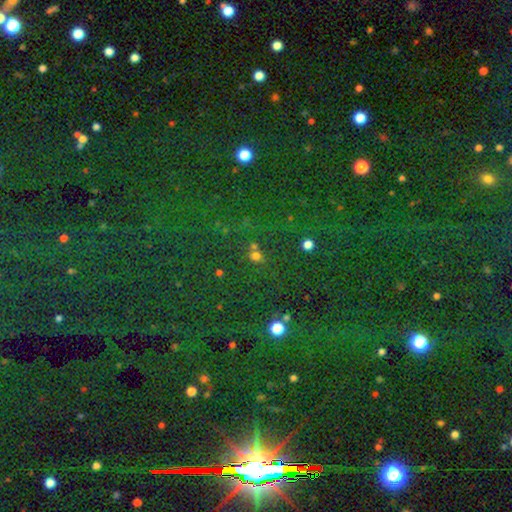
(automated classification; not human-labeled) Smooth or featured? Predicted: smooth (p=0.55). How rounded? Predicted: round (p=0.74). Merging? Predicted: none (p=0.64).